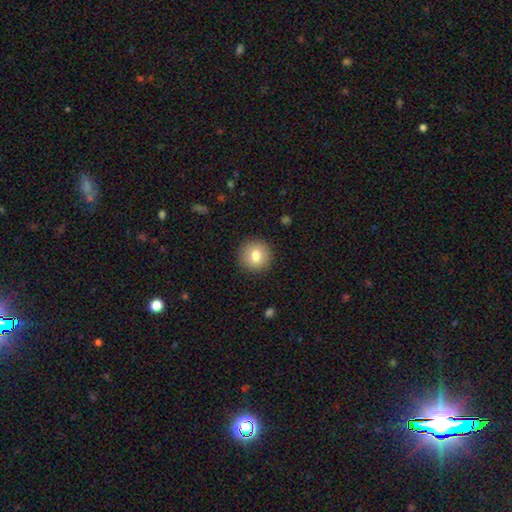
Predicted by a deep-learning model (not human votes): smooth 78%, featured or disk 13%, star or artifact 9%. Down the decision tree: how rounded — round (94%); merging — none (91%).